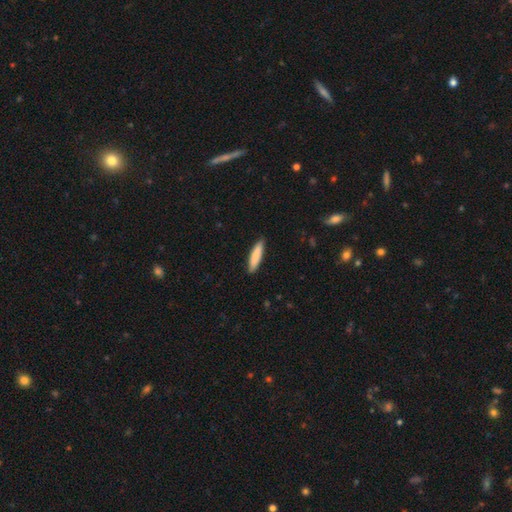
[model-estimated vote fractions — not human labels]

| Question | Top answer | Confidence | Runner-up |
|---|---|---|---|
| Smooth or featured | smooth | 84% | featured or disk (11%) |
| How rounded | cigar-shaped | 80% | in between (19%) |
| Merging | none | 89% | minor disturbance (8%) |